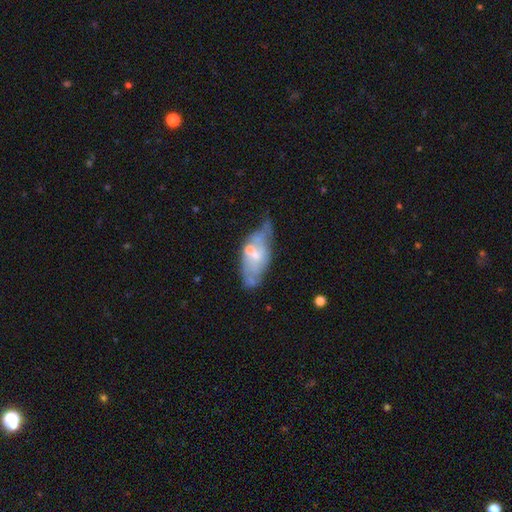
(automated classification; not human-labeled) Smooth or featured? Predicted: featured or disk (p=0.65). Edge-on disk? Predicted: no (p=0.87). Bar? Predicted: no (p=0.55). Spiral arms? Predicted: yes (p=0.53). Bulge size? Predicted: small (p=0.51). Merging? Predicted: none (p=0.38).